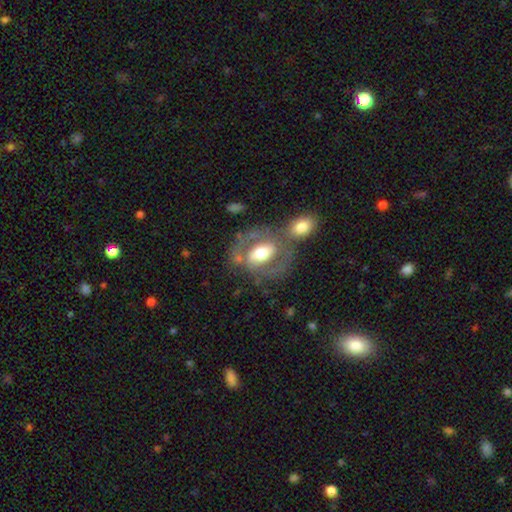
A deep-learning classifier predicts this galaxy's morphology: type=featured or disk (63%); edge-on=no (94%); bar=strong (34%); spiral arms=yes (55%); bulge=moderate (62%); merging=none (51%).